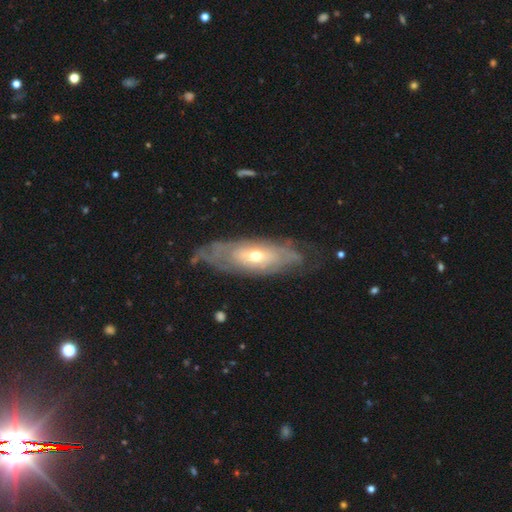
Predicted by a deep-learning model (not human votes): Smooth or featured? Predicted: featured or disk (p=0.69). Edge-on disk? Predicted: no (p=0.81). Bar? Predicted: no (p=0.78). Spiral arms? Predicted: yes (p=0.60). Bulge size? Predicted: moderate (p=0.53). Merging? Predicted: none (p=0.64).